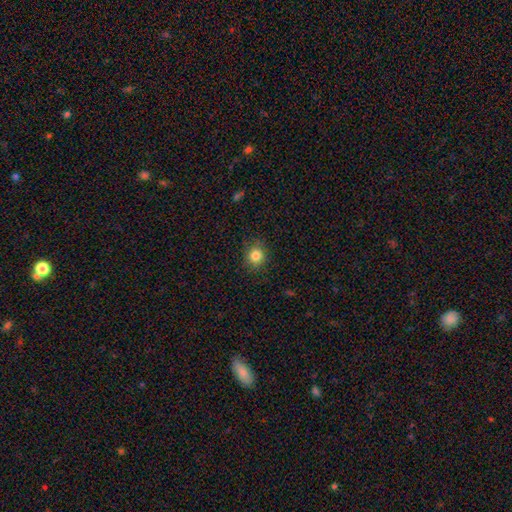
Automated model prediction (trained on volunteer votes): Smooth or featured? Predicted: smooth (p=0.83). How rounded? Predicted: round (p=0.83). Merging? Predicted: none (p=0.86).